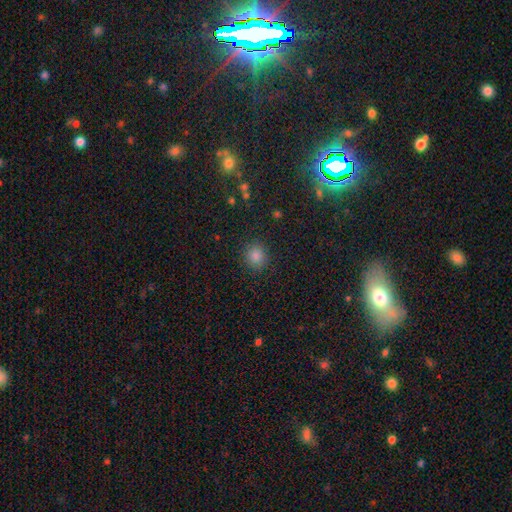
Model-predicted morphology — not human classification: Smooth or featured? Predicted: smooth (p=0.80). How rounded? Predicted: round (p=0.86). Merging? Predicted: none (p=0.89).